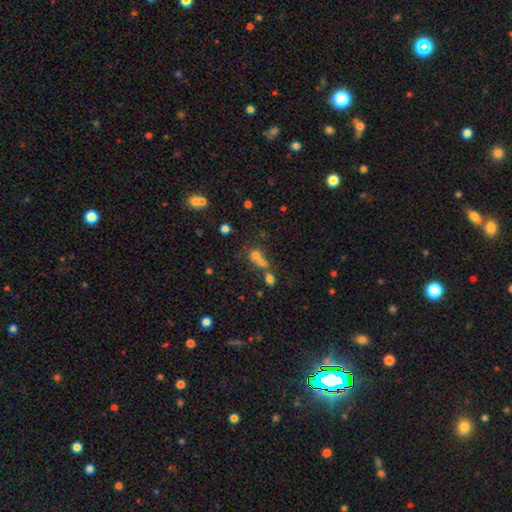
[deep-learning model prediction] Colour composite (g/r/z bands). It shows a smooth galaxy with no disk features (64%) that is round (70%). Merging: merger (57%).